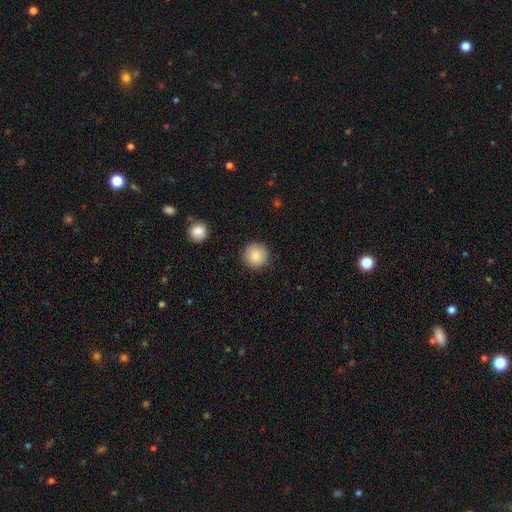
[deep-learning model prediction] Smooth or featured?
  - smooth: 87% *
  - star or artifact: 8%
  - featured or disk: 5%
How rounded?
  - round: 95% *
  - in between: 4%
  - cigar-shaped: 1%
Merging?
  - none: 90% *
  - minor disturbance: 7%
  - major disturbance: 2%
  - merger: 1%